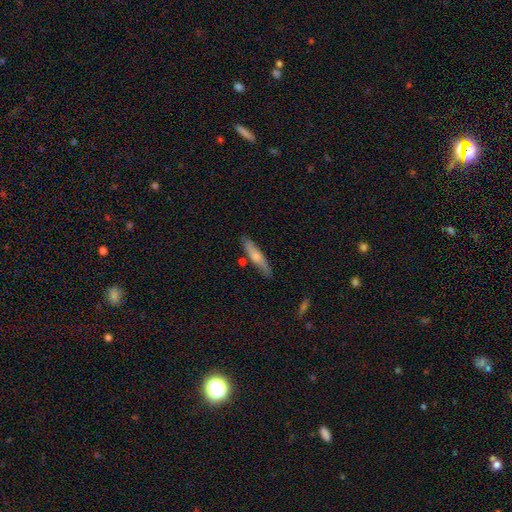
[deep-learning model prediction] smooth 60%, featured or disk 34%, star or artifact 6%. Down the decision tree: how rounded — cigar-shaped (82%); merging — none (76%).